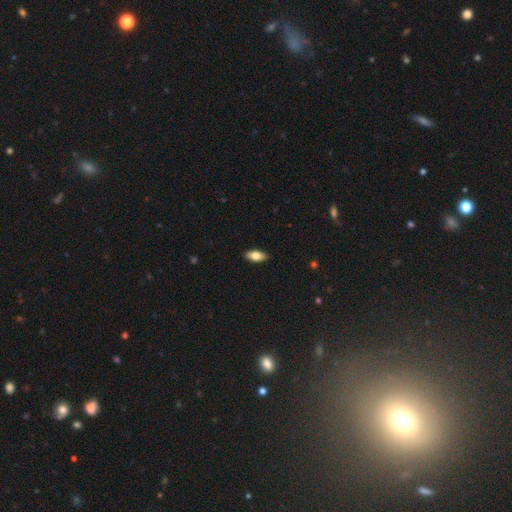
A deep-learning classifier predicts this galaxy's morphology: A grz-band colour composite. It shows a smooth galaxy with no disk features (78%) that is in between round and cigar-shaped (89%). Merging: none (89%).